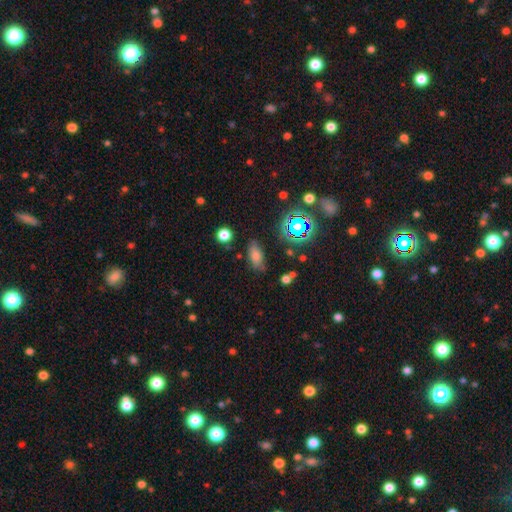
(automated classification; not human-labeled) Smooth or featured? smooth (70%)
How rounded? in between (81%)
Merging? none (75%)